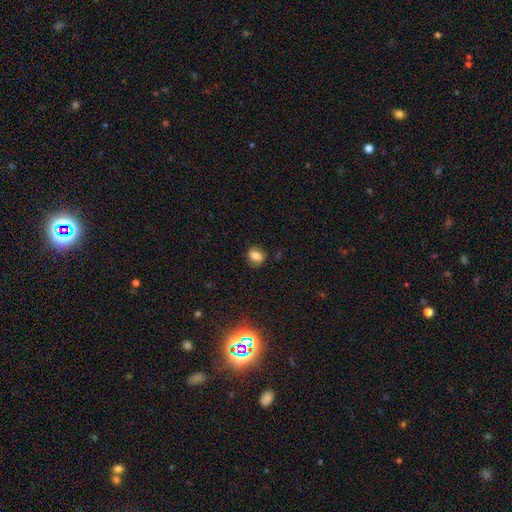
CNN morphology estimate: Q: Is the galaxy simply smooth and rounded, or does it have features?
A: smooth — 74%.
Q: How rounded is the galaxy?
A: in between — 50%.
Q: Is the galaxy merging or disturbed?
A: none — 78%.